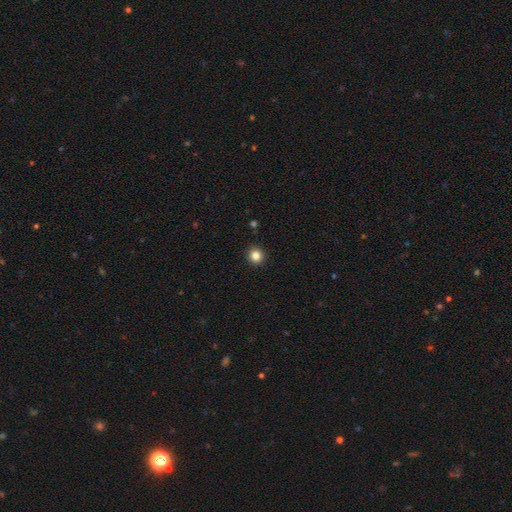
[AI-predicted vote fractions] Overall: smooth (85%). How rounded: round (92%). Merging: none (93%).